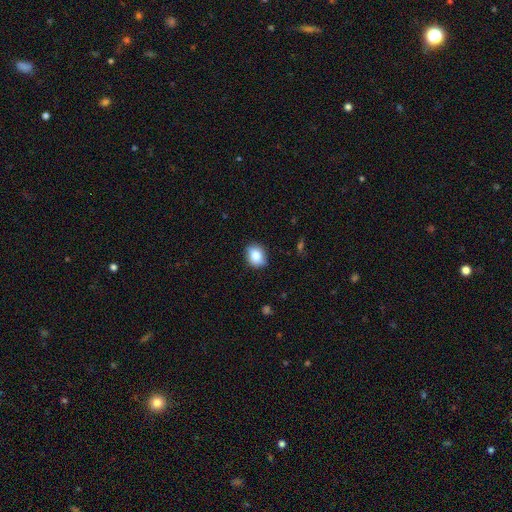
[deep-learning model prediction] Smooth or featured: smooth — 81% (featured or disk — 10%)
How rounded: in between — 51% (round — 48%)
Merging: none — 82% (minor disturbance — 14%)